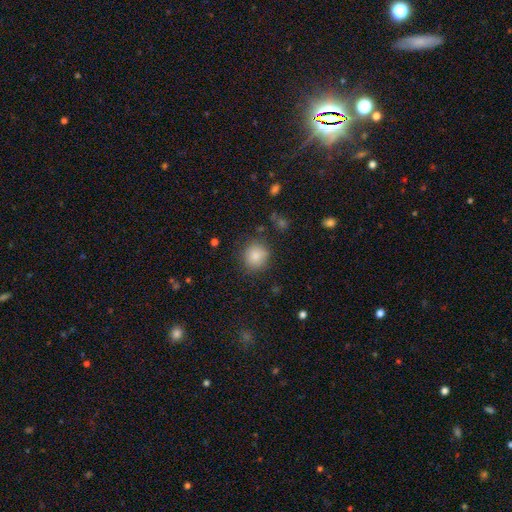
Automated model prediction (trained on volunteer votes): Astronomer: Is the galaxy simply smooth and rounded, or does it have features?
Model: smooth — 85%.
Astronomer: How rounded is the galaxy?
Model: round — 87%.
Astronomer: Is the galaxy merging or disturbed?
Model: none — 81%.